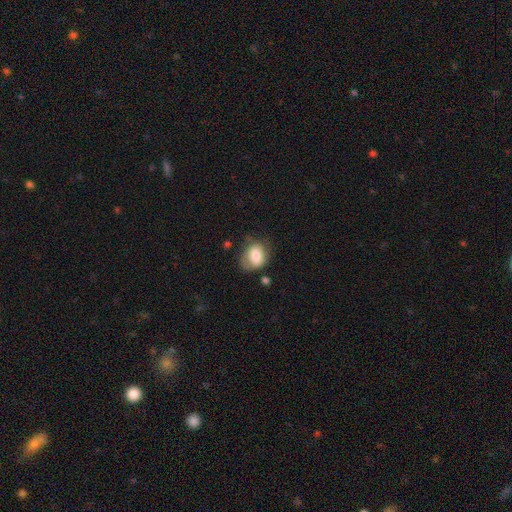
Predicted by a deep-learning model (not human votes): Smooth or featured?
  - smooth: 78% *
  - featured or disk: 15%
  - star or artifact: 8%
How rounded?
  - in between: 66% *
  - round: 33%
  - cigar-shaped: 1%
Merging?
  - none: 55% *
  - minor disturbance: 29%
  - major disturbance: 11%
  - merger: 4%